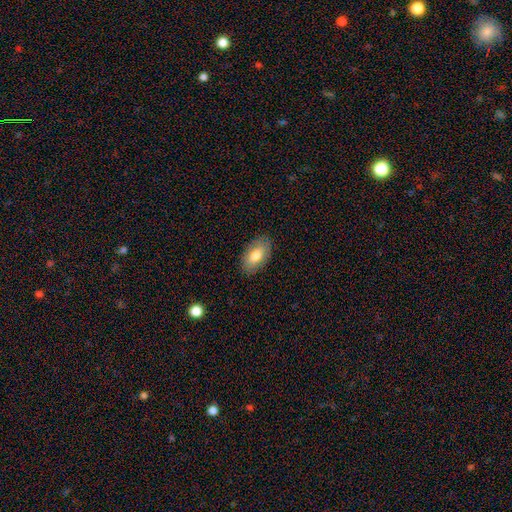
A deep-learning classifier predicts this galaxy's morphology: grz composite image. It shows a smooth galaxy with no disk features (77%) that is in between round and cigar-shaped (93%). Merging: none (87%).